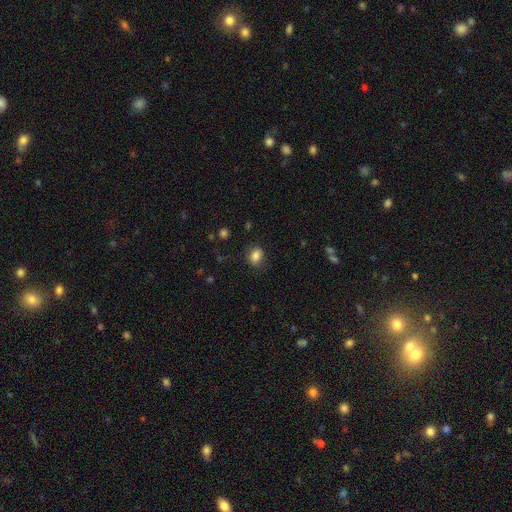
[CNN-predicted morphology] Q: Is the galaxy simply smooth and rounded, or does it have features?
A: smooth — 84%.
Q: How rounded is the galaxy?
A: in between — 57%.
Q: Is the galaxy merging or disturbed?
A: none — 83%.